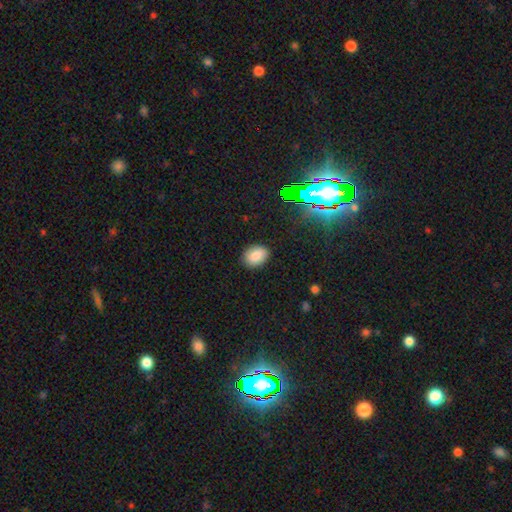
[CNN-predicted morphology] Q: Smooth or featured?
A: smooth (83%); runner-up: star or artifact (10%)
Q: How rounded?
A: in between (68%); runner-up: round (31%)
Q: Merging?
A: none (86%); runner-up: minor disturbance (10%)